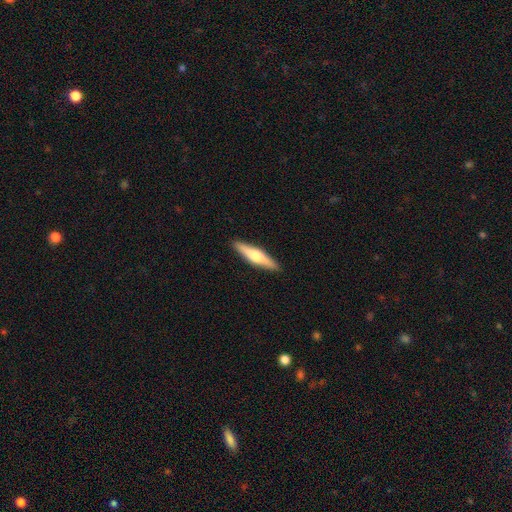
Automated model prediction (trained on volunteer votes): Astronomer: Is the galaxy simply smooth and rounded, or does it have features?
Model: featured or disk — 49% (runner-up: smooth, 46%).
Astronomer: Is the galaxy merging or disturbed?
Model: none — 91%.